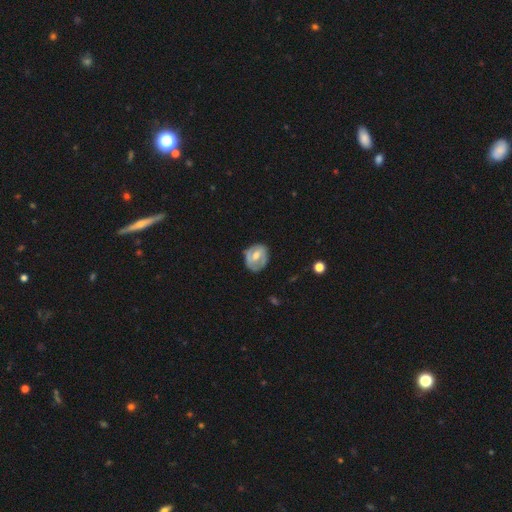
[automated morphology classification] Overall: featured or disk (55%; smooth 39%). Edge-on disk: no (96%). Bar: weak (44%; no 34%). Spiral arms: yes (51%; no 49%). Bulge size: moderate (66%). Merging: none (64%; minor disturbance 26%).